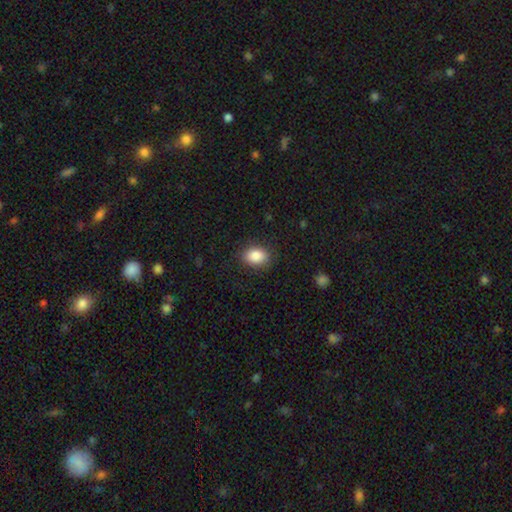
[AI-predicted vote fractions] Smooth or featured? Predicted: smooth (p=0.88). How rounded? Predicted: in between (p=0.72). Merging? Predicted: none (p=0.85).